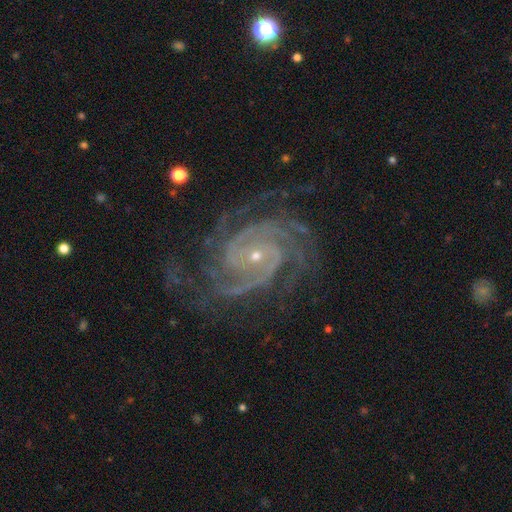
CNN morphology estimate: featured or disk 93%, star or artifact 5%, smooth 2%. Down the decision tree: edge-on disk — no (98%); bar — no (65%); spiral arms — yes (99%); spiral arm count — 3 (26%); spiral winding — tight (68%); bulge size — small (77%); merging — none (71%).